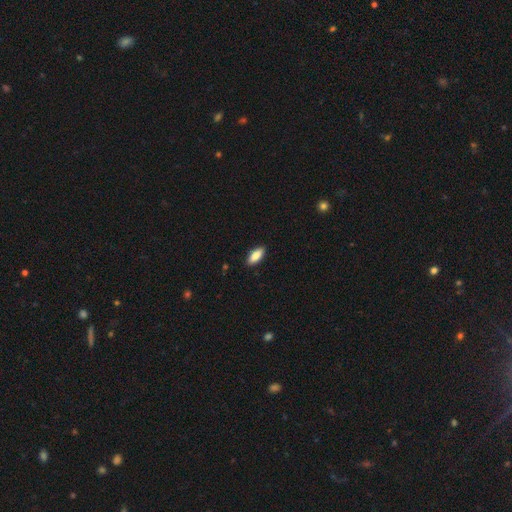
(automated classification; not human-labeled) This appears to be a smooth galaxy with no disk features (85%) that is in between round and cigar-shaped (78%). Merging: none (89%).